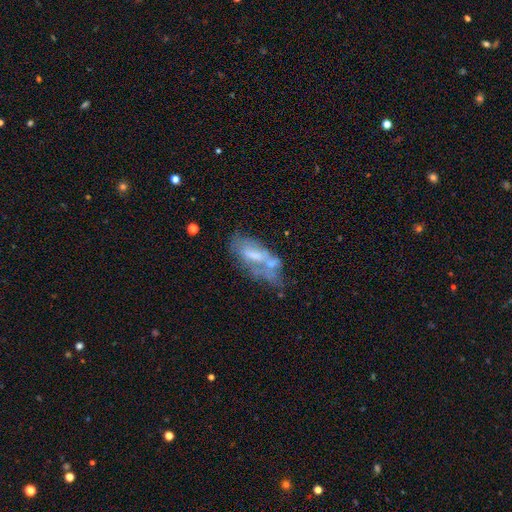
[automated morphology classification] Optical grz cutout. It shows a featured or disk galaxy (52%). Merging: merger (31%).